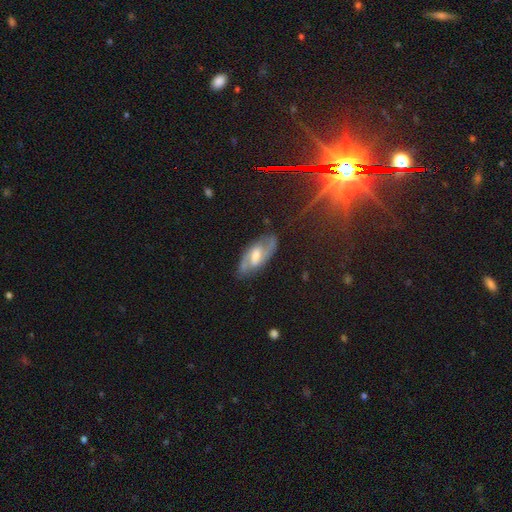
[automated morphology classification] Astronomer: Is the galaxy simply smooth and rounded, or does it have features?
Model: featured or disk — 70%.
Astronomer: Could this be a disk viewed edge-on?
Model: no — 89%.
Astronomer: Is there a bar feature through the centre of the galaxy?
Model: weak — 53%.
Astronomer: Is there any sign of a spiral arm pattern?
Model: yes — 84%.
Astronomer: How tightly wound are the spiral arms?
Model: medium — 48% (runner-up: tight, 28%).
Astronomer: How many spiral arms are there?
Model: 2 — 79%.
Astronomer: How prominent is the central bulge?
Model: moderate — 56%.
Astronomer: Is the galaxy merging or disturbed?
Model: none — 76%.